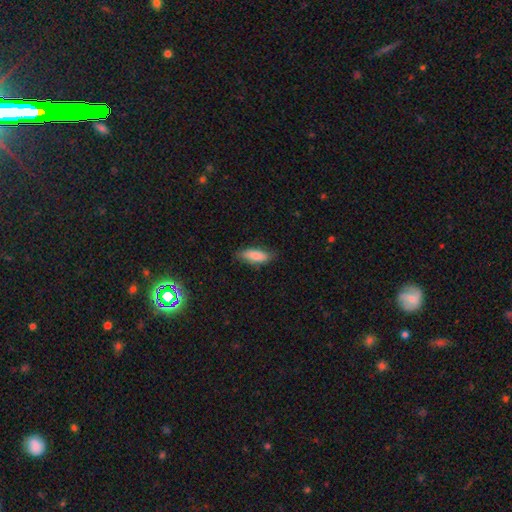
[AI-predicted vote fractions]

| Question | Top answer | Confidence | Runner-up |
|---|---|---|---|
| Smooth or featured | smooth | 83% | featured or disk (10%) |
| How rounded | in between | 64% | cigar-shaped (34%) |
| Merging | none | 78% | minor disturbance (17%) |